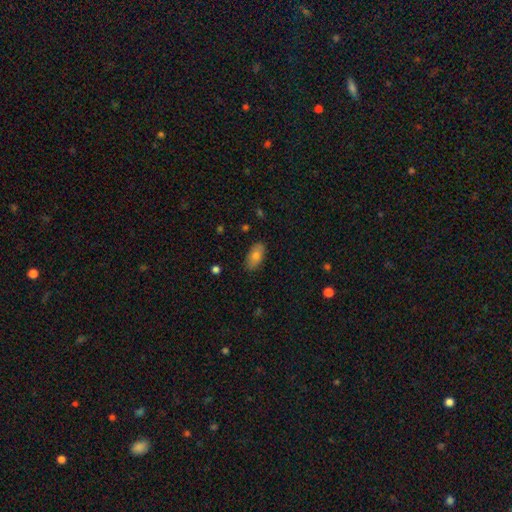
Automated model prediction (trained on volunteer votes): This appears to be a smooth galaxy with no disk features (75%) that is in between round and cigar-shaped (92%). Merging: none (86%).